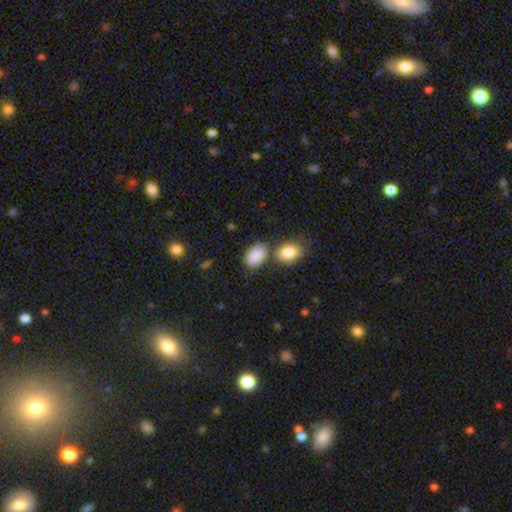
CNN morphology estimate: Q: Smooth or featured?
A: smooth (83%); runner-up: featured or disk (10%)
Q: How rounded?
A: in between (85%); runner-up: round (13%)
Q: Merging?
A: none (59%); runner-up: merger (18%)